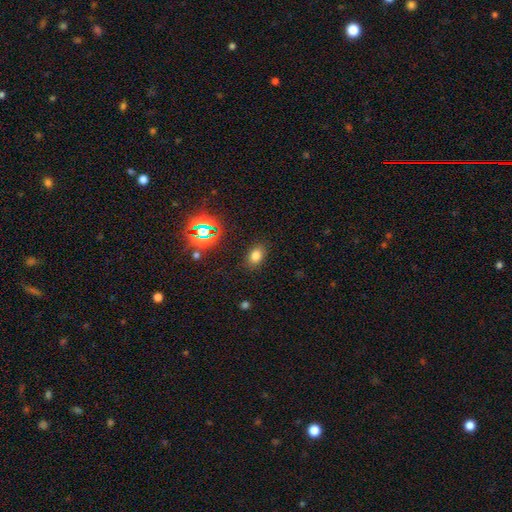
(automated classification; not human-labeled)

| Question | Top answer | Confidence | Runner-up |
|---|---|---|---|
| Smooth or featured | smooth | 74% | star or artifact (19%) |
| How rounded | in between | 80% | round (19%) |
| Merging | none | 86% | minor disturbance (9%) |